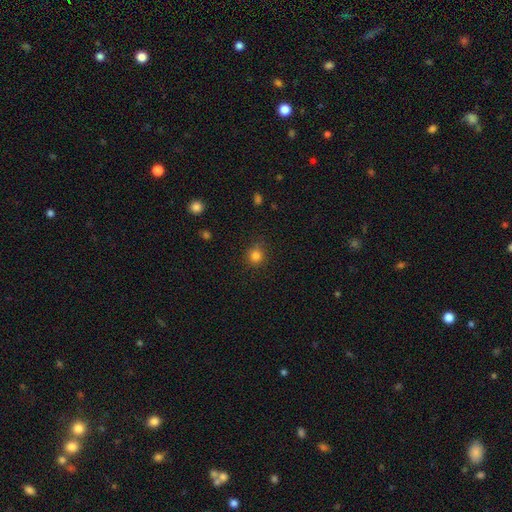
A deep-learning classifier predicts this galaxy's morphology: This appears to be a smooth galaxy with no disk features (82%) that is round (89%). Merging: none (81%).